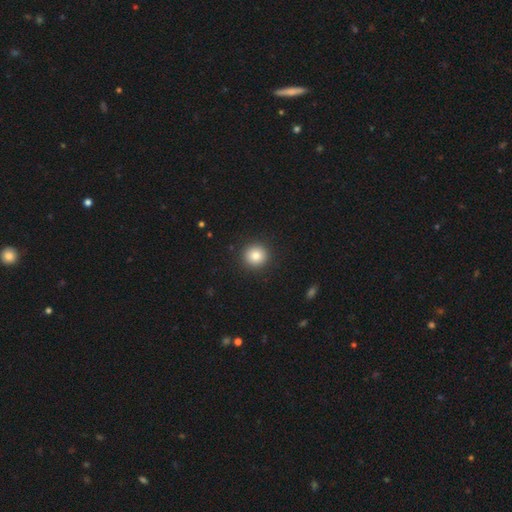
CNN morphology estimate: This appears to be a smooth galaxy with no disk features (83%) that is round (94%). Merging: none (92%).